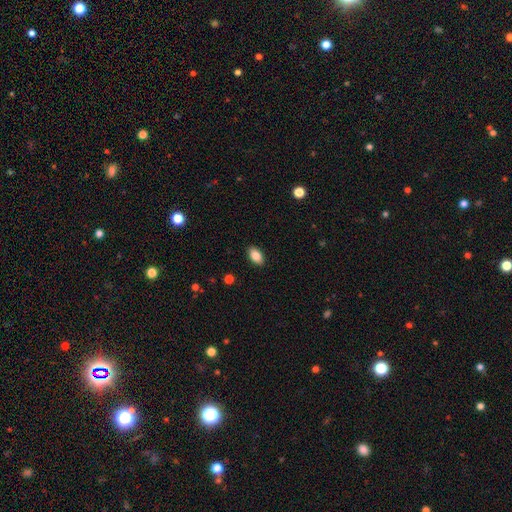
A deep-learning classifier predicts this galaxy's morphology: Q: Smooth or featured?
A: smooth (87%); runner-up: star or artifact (8%)
Q: How rounded?
A: in between (92%); runner-up: round (5%)
Q: Merging?
A: none (89%); runner-up: minor disturbance (8%)